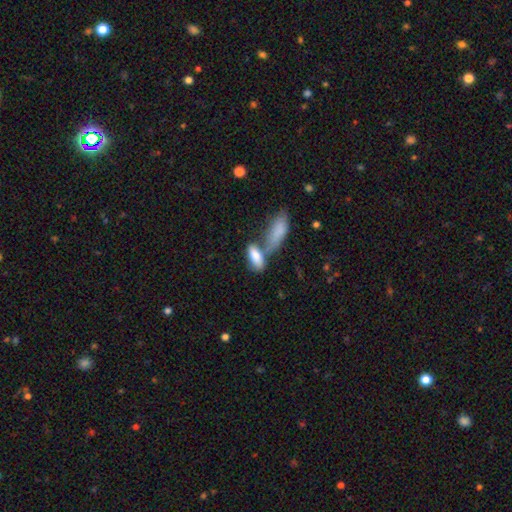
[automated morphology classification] Overall: smooth (81%). How rounded: in between (79%). Merging: merger (46%; none 34%).